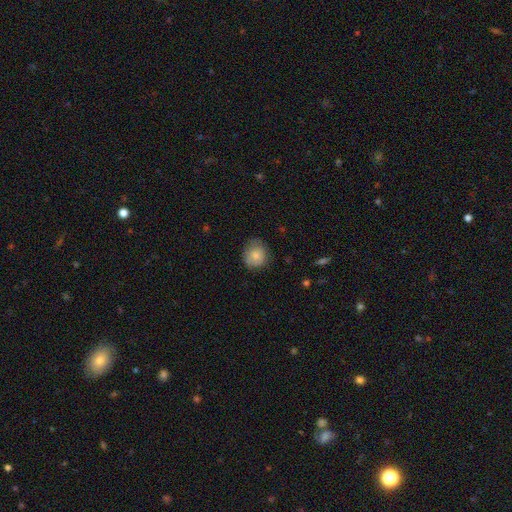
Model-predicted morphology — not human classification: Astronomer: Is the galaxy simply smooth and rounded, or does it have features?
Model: smooth — 81%.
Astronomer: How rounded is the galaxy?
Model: round — 83%.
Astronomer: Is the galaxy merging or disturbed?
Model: none — 70%.